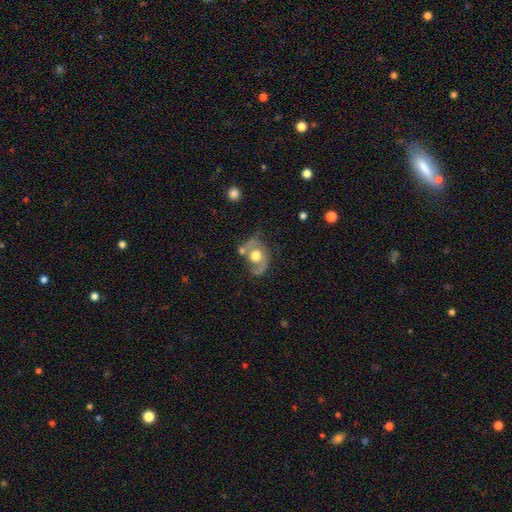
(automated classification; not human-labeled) A featured or disk galaxy (65%) with no bar (78%), spiral arms (68%) and a moderate central bulge (51%). Merging: none (46%).